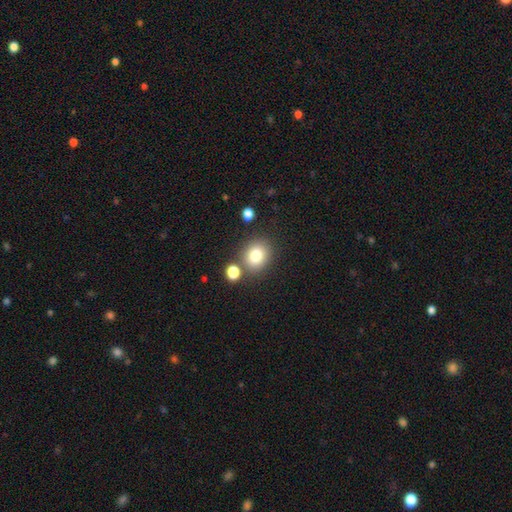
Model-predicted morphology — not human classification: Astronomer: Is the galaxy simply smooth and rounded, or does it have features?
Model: smooth — 79%.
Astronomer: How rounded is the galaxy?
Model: round — 74%.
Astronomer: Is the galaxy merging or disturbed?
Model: none — 76%.